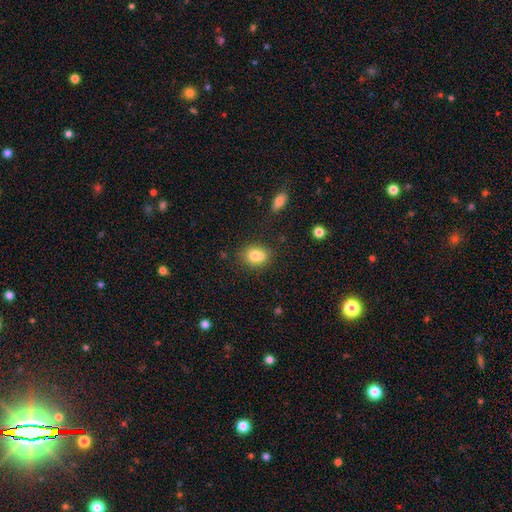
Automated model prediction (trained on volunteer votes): Q: Smooth or featured?
A: smooth (78%); runner-up: featured or disk (12%)
Q: How rounded?
A: in between (50%); runner-up: round (49%)
Q: Merging?
A: none (56%); runner-up: merger (23%)